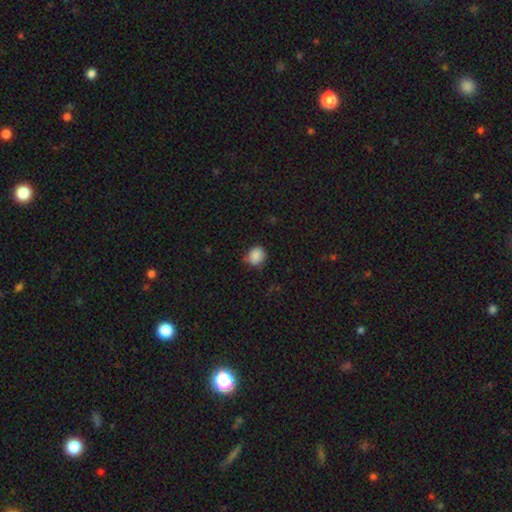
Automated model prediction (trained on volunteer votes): smooth_or_featured: smooth (p=0.86) [alt: star or artifact p=0.09]
how_rounded: round (p=0.76) [alt: in between p=0.23]
merging: none (p=0.71) [alt: minor disturbance p=0.24]